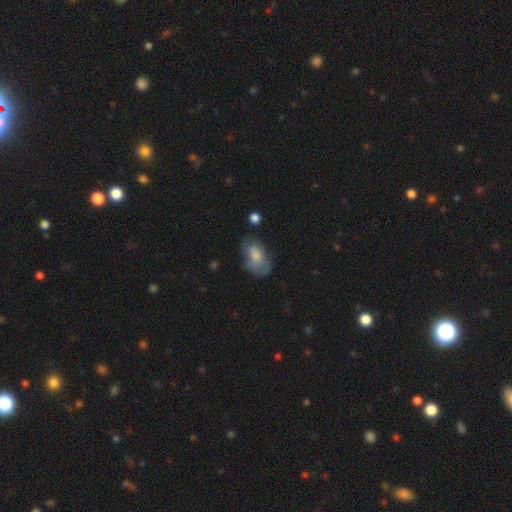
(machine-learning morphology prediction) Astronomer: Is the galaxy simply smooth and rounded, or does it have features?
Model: smooth — 68%.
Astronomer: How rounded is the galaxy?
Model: in between — 89%.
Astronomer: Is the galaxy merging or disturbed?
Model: none — 45% (runner-up: minor disturbance, 31%).